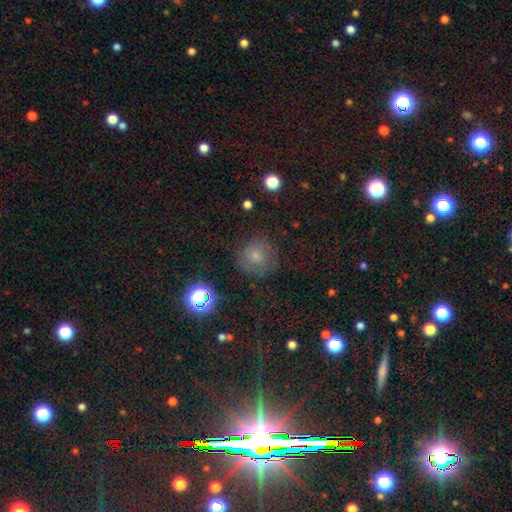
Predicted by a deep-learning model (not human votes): smooth 65%, star or artifact 19%, featured or disk 17%. Down the decision tree: how rounded — round (91%); merging — none (74%).